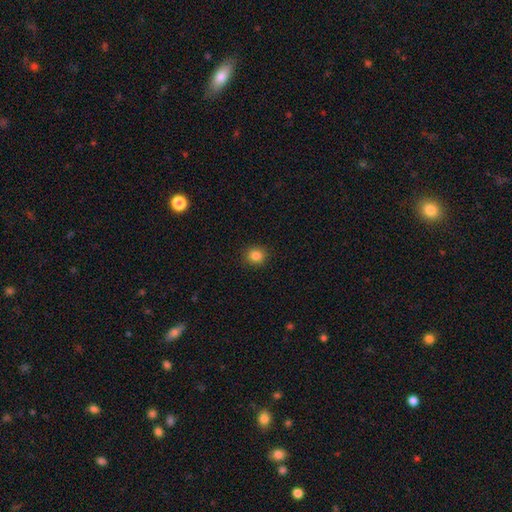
Morphology: type=smooth (100%); roundness=round (89%); merging=none (95%).